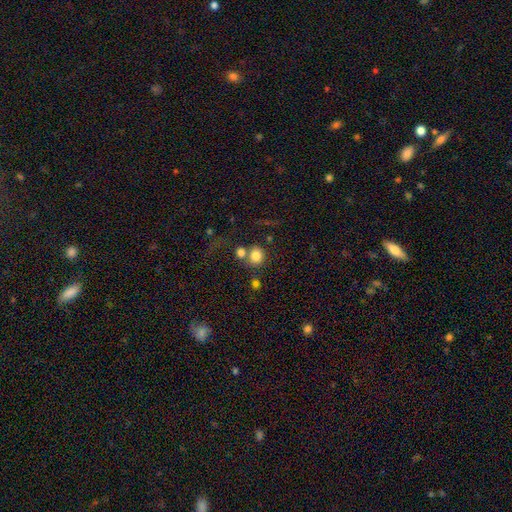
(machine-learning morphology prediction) Q: Smooth or featured?
A: smooth (81%); runner-up: star or artifact (11%)
Q: How rounded?
A: round (85%); runner-up: in between (14%)
Q: Merging?
A: none (58%); runner-up: merger (26%)